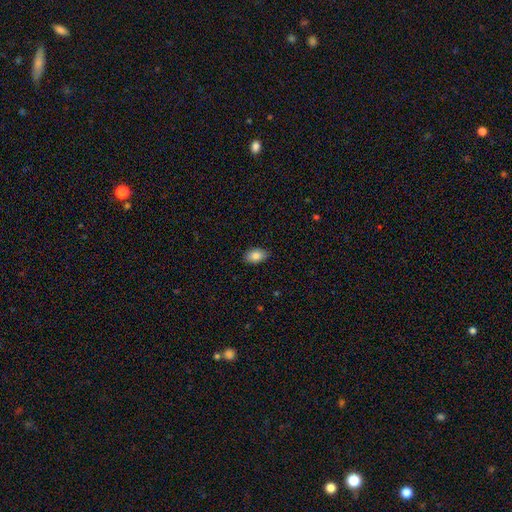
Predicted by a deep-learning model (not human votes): A smooth galaxy with no disk features (85%) that is in between round and cigar-shaped (89%).

Vote fractions:
- Smooth or featured? smooth: 85% / star or artifact: 8% / featured or disk: 7%
- How rounded? in between: 89% / round: 9% / cigar-shaped: 1%
- Merging? none: 86% / minor disturbance: 11% / major disturbance: 2% / merger: 1%